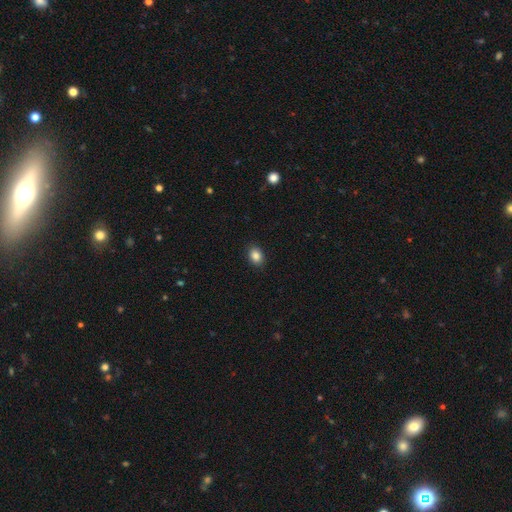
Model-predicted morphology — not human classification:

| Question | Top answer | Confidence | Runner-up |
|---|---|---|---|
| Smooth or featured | smooth | 86% | star or artifact (9%) |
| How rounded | in between | 65% | round (34%) |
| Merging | none | 90% | minor disturbance (7%) |